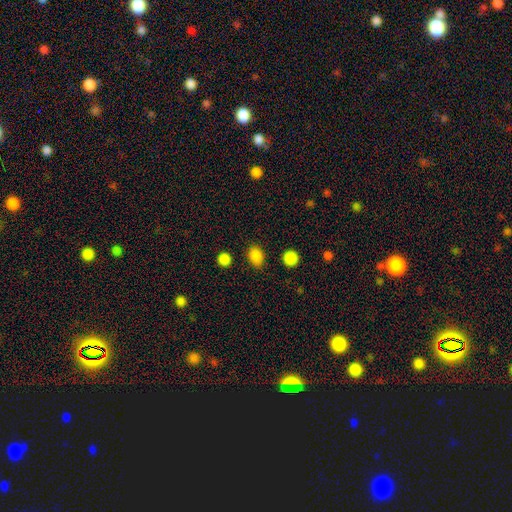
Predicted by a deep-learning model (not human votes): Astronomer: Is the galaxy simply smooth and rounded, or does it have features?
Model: smooth — 85%.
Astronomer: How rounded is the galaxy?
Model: in between — 61% (runner-up: round, 37%).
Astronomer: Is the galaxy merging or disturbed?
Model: none — 85%.